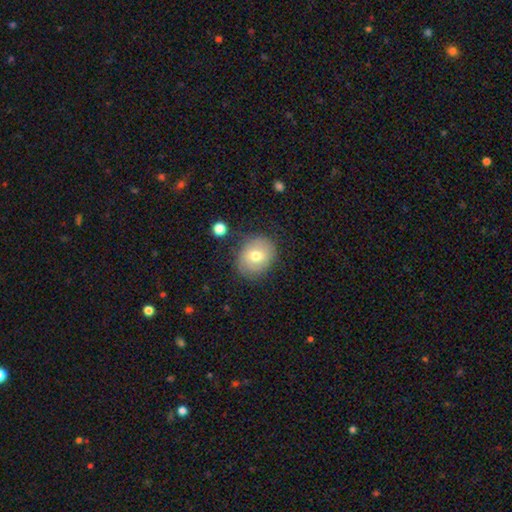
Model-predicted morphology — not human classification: A smooth galaxy with no disk features (63%) that is round (65%).

Vote fractions:
- Smooth or featured? smooth: 63% / featured or disk: 28% / star or artifact: 9%
- How rounded? round: 65% / in between: 35% / cigar-shaped: 1%
- Merging? none: 76% / minor disturbance: 16% / major disturbance: 5% / merger: 2%